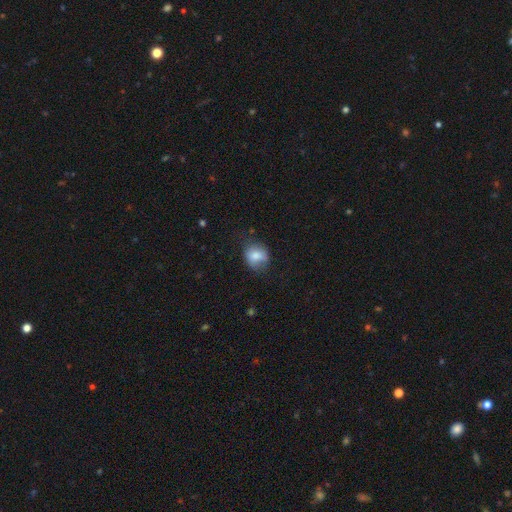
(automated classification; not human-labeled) Smooth or featured?
  - smooth: 78% *
  - featured or disk: 14%
  - star or artifact: 8%
How rounded?
  - round: 61% *
  - in between: 38%
  - cigar-shaped: 1%
Merging?
  - none: 62% *
  - minor disturbance: 27%
  - major disturbance: 9%
  - merger: 2%